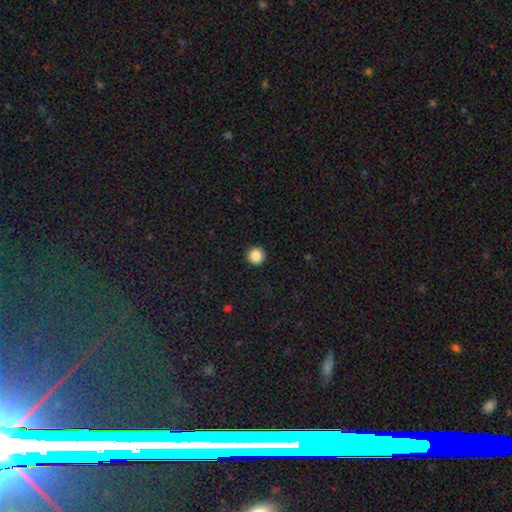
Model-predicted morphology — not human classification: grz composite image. It shows a smooth galaxy with no disk features (86%) that is round (97%). Merging: none (94%).